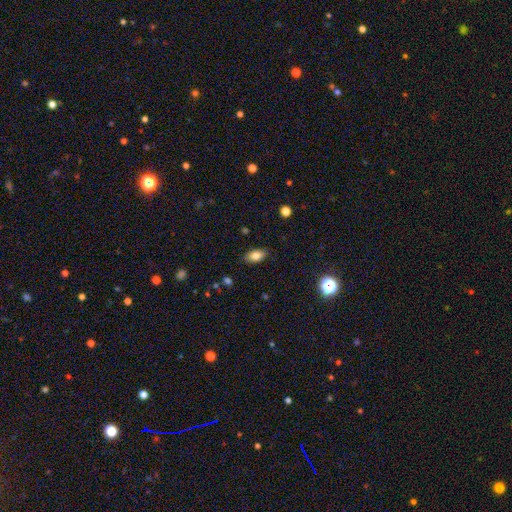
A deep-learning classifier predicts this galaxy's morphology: smooth 80%, featured or disk 11%, star or artifact 9%. Down the decision tree: how rounded — in between (91%); merging — none (85%).